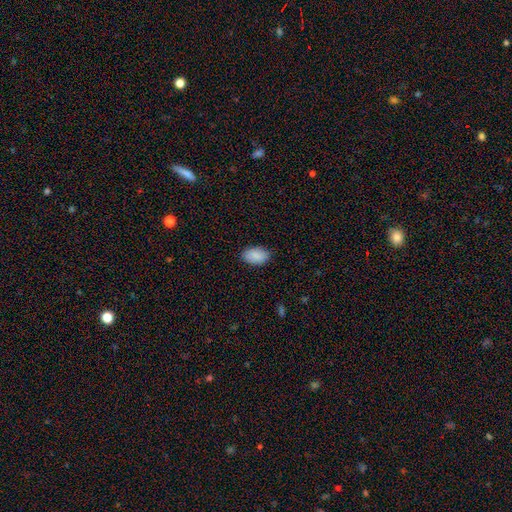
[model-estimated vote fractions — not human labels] This appears to be a smooth galaxy with no disk features (89%) that is in between round and cigar-shaped (92%). Merging: none (84%).